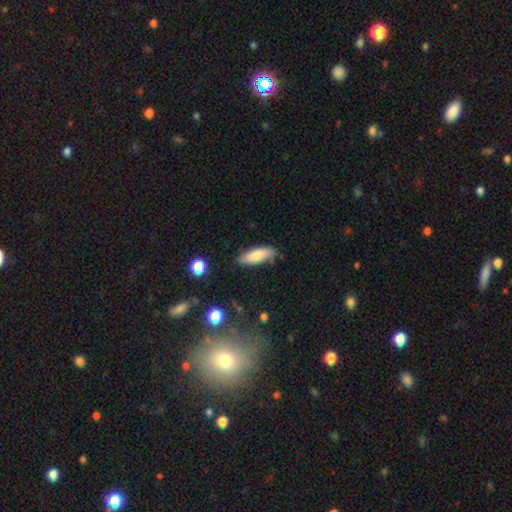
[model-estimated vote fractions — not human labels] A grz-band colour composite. It shows a smooth galaxy with no disk features (82%) that is in between round and cigar-shaped (56%). Merging: none (82%).